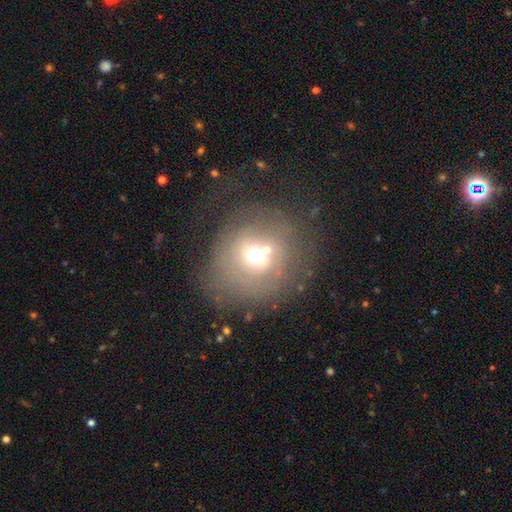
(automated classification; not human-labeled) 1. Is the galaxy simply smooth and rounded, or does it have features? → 51% smooth, 28% featured or disk, 21% star or artifact.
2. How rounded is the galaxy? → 87% round, 12% in between, 1% cigar-shaped.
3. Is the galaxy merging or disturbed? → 59% none, 16% minor disturbance, 14% major disturbance, 11% merger.